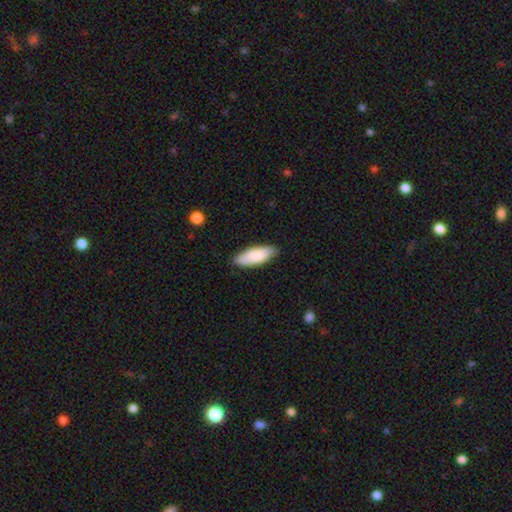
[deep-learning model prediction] smooth-or-featured: smooth: 84% | featured or disk: 11% | star or artifact: 5%
  how-rounded: in between: 69% | cigar-shaped: 29% | round: 2%
  merging: none: 84% | minor disturbance: 13% | major disturbance: 2% | merger: 1%